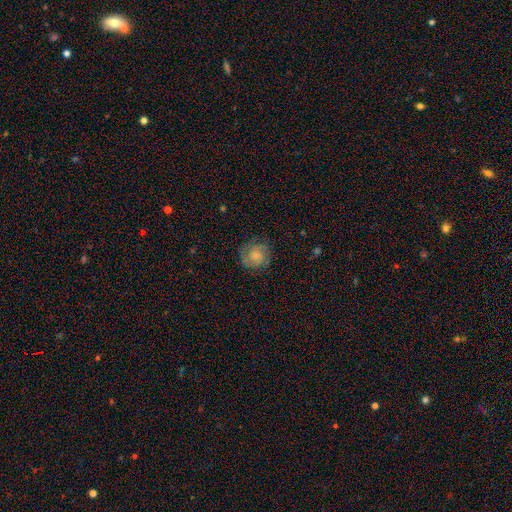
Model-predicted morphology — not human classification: The model was most divided on "smooth or featured": smooth: 55%, featured or disk: 36%, star or artifact: 9%. More confident: how rounded — round (86%); merging — none (72%).